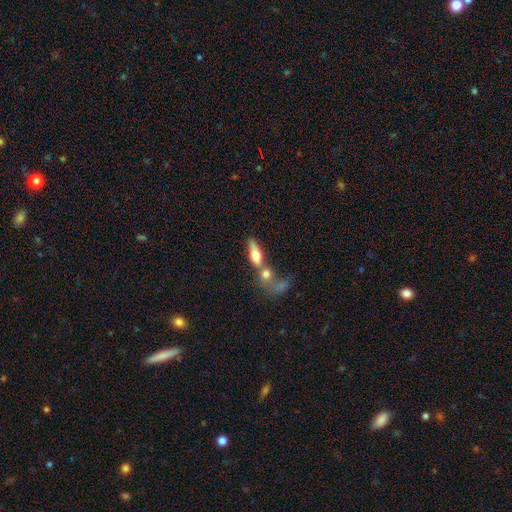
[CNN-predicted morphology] type=smooth (59%); roundness=in between (60%); merging=merger (60%).